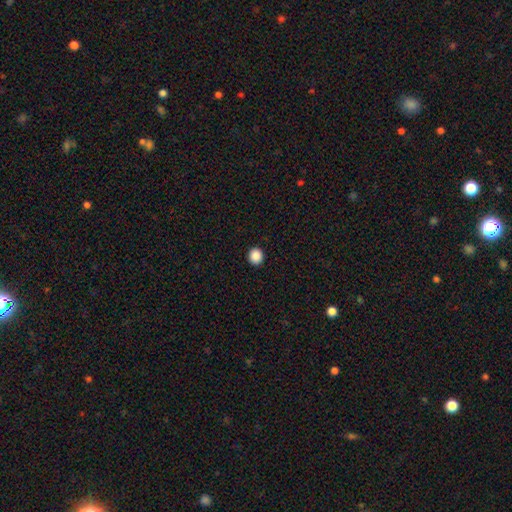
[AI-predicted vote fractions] A smooth galaxy with no disk features (89%) that is round (88%).

Vote fractions:
- Smooth or featured? smooth: 89% / star or artifact: 9% / featured or disk: 2%
- How rounded? round: 88% / in between: 11% / cigar-shaped: 1%
- Merging? none: 93% / minor disturbance: 4% / major disturbance: 2% / merger: 1%